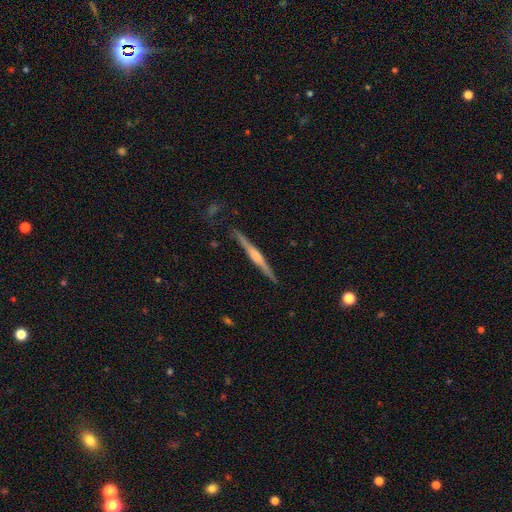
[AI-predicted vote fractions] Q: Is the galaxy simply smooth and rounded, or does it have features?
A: featured or disk — 75%.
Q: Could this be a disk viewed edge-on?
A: yes — 98%.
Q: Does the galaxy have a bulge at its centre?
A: rounded — 74%.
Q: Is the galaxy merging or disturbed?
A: none — 88%.